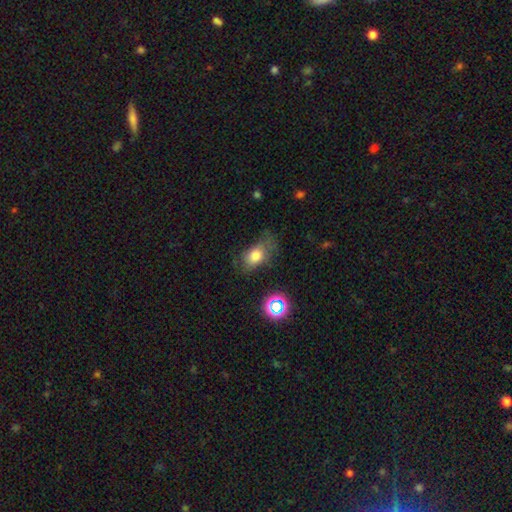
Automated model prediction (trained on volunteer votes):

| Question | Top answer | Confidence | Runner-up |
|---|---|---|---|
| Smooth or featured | smooth | 71% | featured or disk (16%) |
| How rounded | in between | 77% | round (21%) |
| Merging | none | 48% | minor disturbance (30%) |